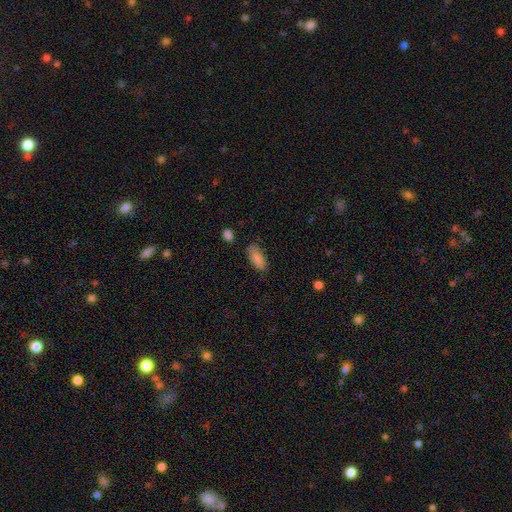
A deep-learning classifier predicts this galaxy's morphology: Smooth or featured? Predicted: smooth (p=0.84). How rounded? Predicted: in between (p=0.86). Merging? Predicted: none (p=0.74).